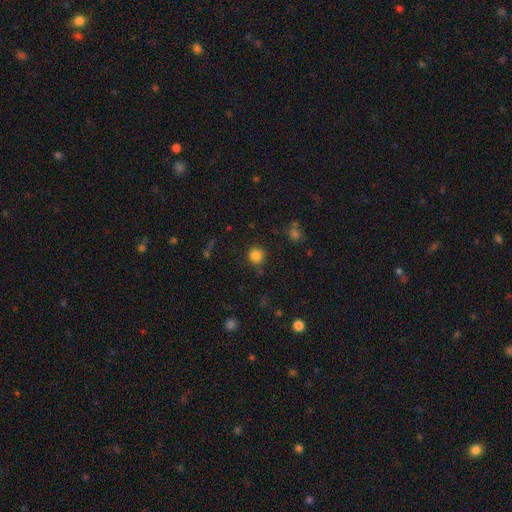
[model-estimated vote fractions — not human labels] Smooth or featured? smooth (83%)
How rounded? round (93%)
Merging? none (85%)